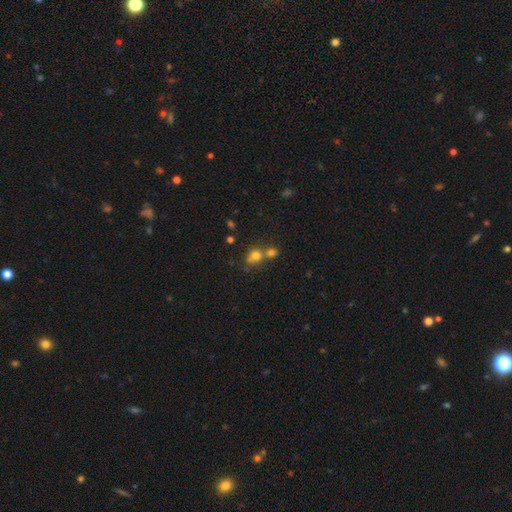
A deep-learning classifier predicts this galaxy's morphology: This appears to be a smooth galaxy with no disk features (72%) that is round (78%). Merging: merger (49%).